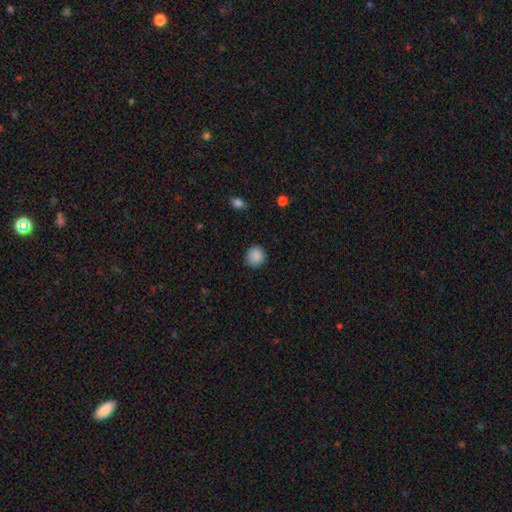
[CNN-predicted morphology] The model was most divided on "merging": none: 87%, minor disturbance: 10%, major disturbance: 2%, merger: 1%. More confident: how rounded — round (89%); smooth or featured — smooth (88%).